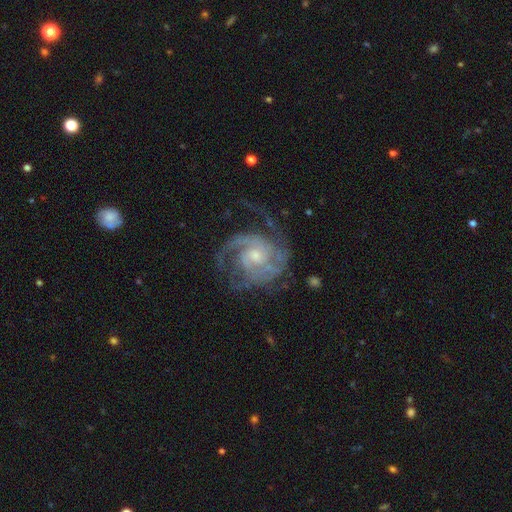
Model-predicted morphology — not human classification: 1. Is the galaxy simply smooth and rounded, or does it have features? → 90% featured or disk, 5% smooth, 5% star or artifact.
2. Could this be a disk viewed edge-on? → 98% no, 2% yes.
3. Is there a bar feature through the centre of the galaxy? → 63% no, 31% weak, 6% strong.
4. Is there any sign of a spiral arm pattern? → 97% yes, 3% no.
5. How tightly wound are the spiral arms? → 52% tight, 39% medium, 9% loose.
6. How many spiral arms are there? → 51% 2, 19% 3, 15% can't tell, 6% 1, 5% 4, 4% more than 4.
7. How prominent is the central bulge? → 49% small, 43% moderate, 4% none, 3% large, 1% dominant.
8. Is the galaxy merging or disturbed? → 62% none, 19% minor disturbance, 18% major disturbance, 2% merger.